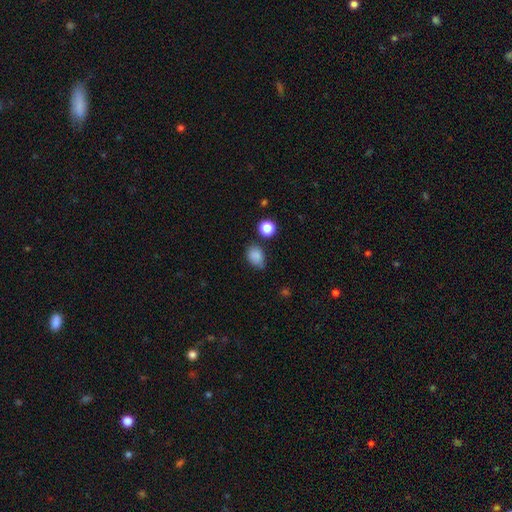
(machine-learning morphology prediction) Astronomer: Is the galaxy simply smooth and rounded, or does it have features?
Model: smooth — 85%.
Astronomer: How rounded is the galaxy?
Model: in between — 67%.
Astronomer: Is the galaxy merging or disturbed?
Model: none — 61%.